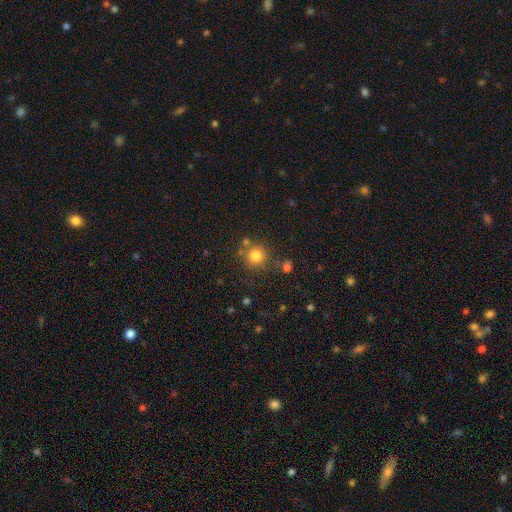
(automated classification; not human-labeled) A smooth galaxy with no disk features (80%) that is round (93%).

Vote fractions:
- Smooth or featured? smooth: 80% / star or artifact: 13% / featured or disk: 7%
- How rounded? round: 93% / in between: 6% / cigar-shaped: 1%
- Merging? none: 74% / merger: 11% / minor disturbance: 11% / major disturbance: 4%